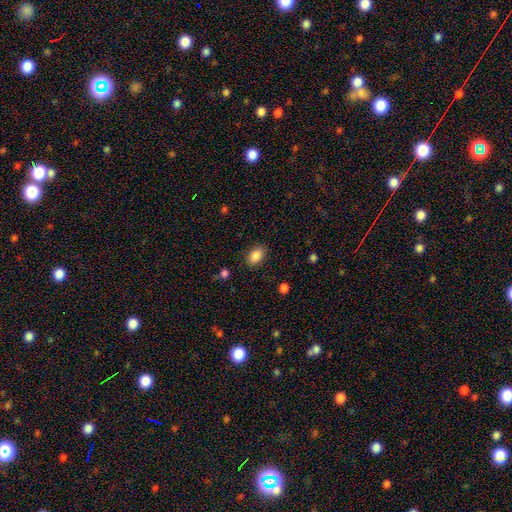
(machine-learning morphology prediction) smooth 87%, star or artifact 8%, featured or disk 5%. Down the decision tree: how rounded — in between (85%); merging — none (85%).